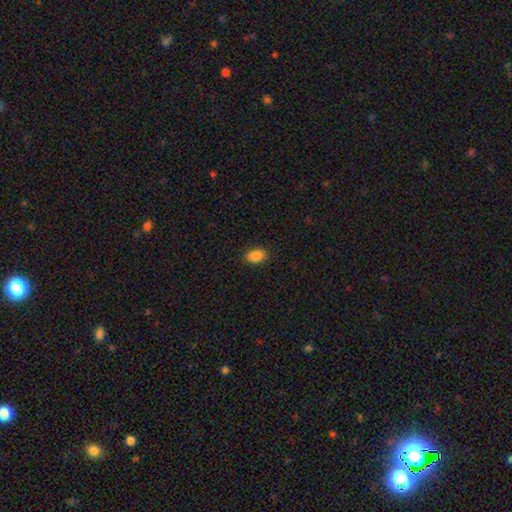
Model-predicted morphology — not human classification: Smooth or featured?
  - smooth: 87% *
  - star or artifact: 8%
  - featured or disk: 5%
How rounded?
  - in between: 87% *
  - round: 11%
  - cigar-shaped: 1%
Merging?
  - none: 89% *
  - minor disturbance: 8%
  - major disturbance: 2%
  - merger: 1%